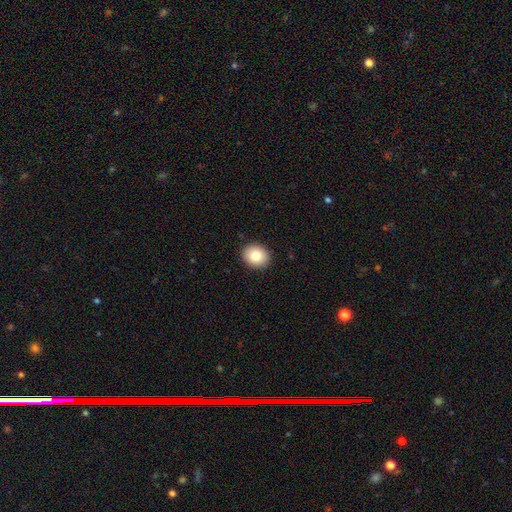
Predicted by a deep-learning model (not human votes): Q: Smooth or featured?
A: smooth (82%); runner-up: featured or disk (9%)
Q: How rounded?
A: round (64%); runner-up: in between (36%)
Q: Merging?
A: none (92%); runner-up: minor disturbance (6%)